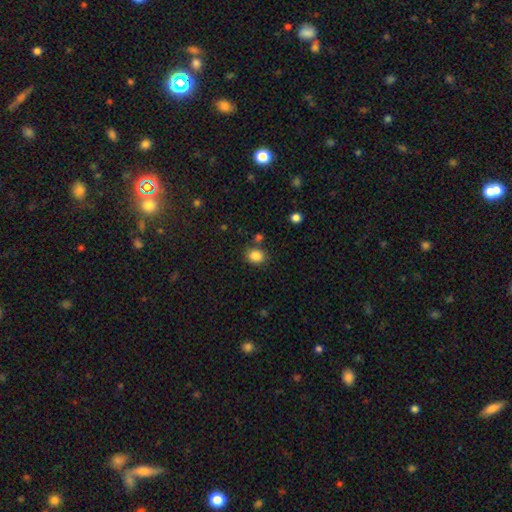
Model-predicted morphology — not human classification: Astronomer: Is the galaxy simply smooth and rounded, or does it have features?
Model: smooth — 86%.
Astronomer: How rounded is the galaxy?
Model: round — 54% (runner-up: in between, 45%).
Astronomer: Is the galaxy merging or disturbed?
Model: none — 78%.